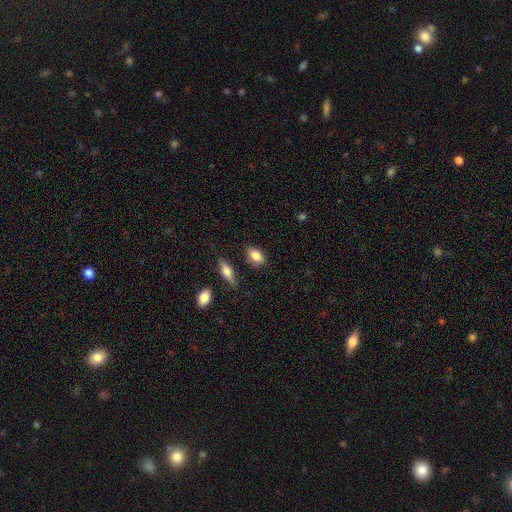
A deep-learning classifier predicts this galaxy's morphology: smooth-or-featured: smooth: 83% | featured or disk: 10% | star or artifact: 8%
  how-rounded: in between: 84% | round: 12% | cigar-shaped: 4%
  merging: none: 73% | minor disturbance: 19% | merger: 5% | major disturbance: 4%